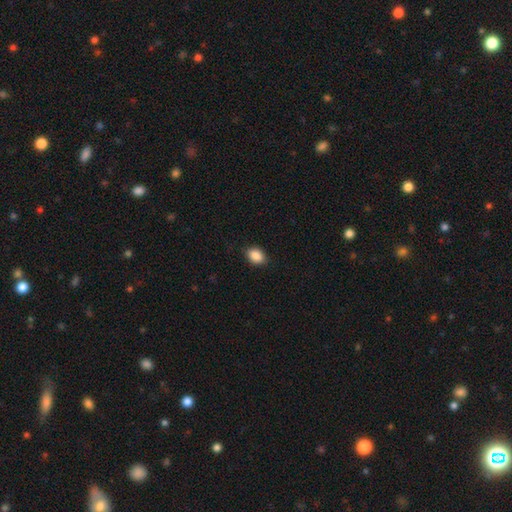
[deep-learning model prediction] Smooth or featured? smooth (89%)
How rounded? in between (73%)
Merging? none (88%)